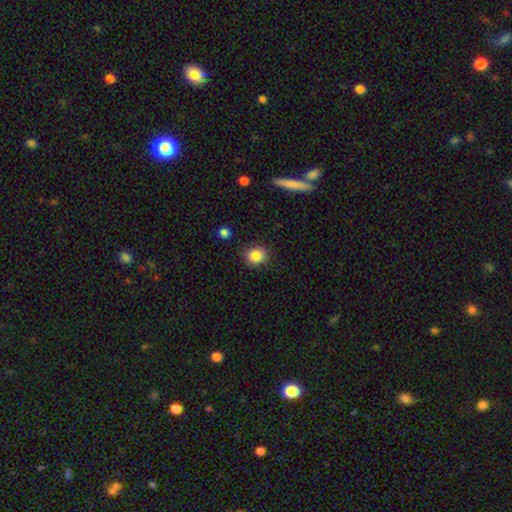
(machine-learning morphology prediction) smooth 85%, star or artifact 10%, featured or disk 5%. Down the decision tree: how rounded — round (70%); merging — none (86%).